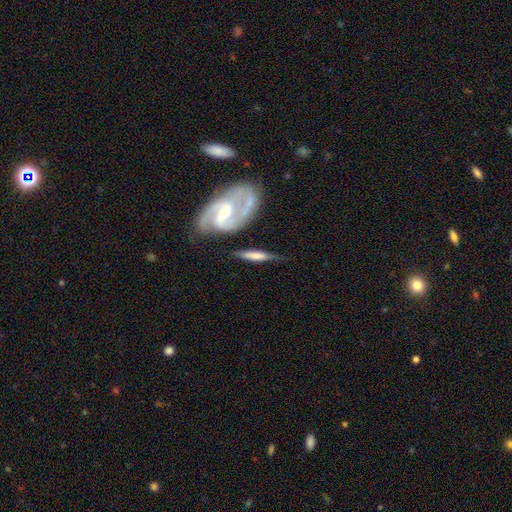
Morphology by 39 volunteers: featured or disk 54%, smooth 41%, star or artifact 5%. Down the decision tree: edge-on disk — yes (67%); edge-on bulge — none (43%); merging — none (70%).